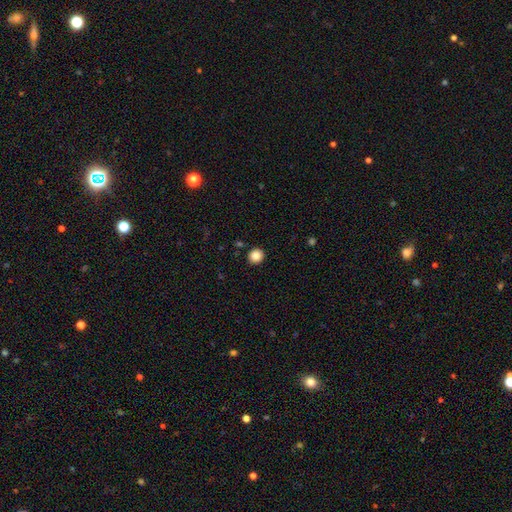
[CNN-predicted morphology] A smooth galaxy with no disk features (85%) that is round (88%). Merging: none (91%).